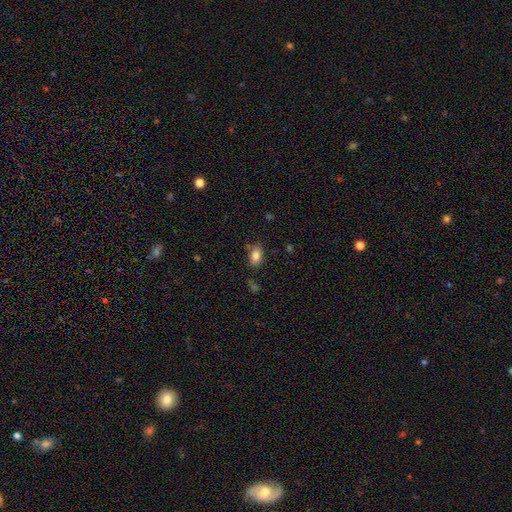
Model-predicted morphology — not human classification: The model was most divided on "merging": none: 77%, minor disturbance: 15%, merger: 4%, major disturbance: 4%. More confident: how rounded — in between (85%); smooth or featured — smooth (84%).